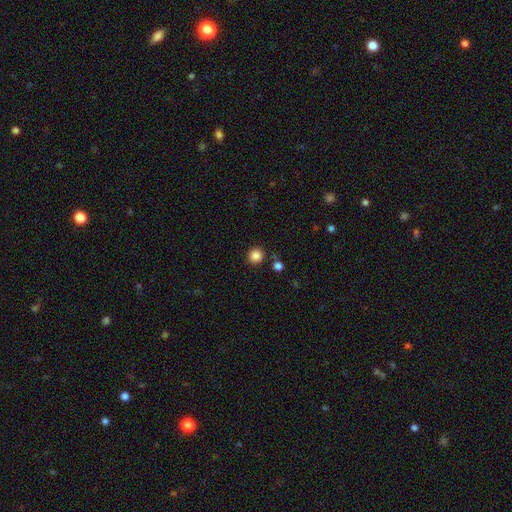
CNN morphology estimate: A smooth galaxy with no disk features (85%) that is round (93%). Merging: none (88%).